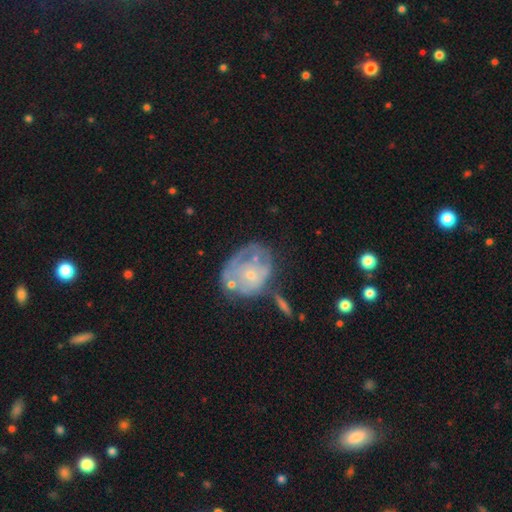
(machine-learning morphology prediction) A featured or disk galaxy (62%) with no bar (84%), no spiral arms (52%) and a small central bulge (75%). Merging: none (37%).